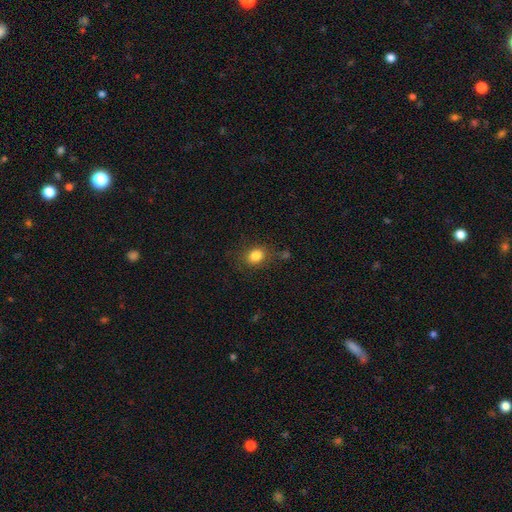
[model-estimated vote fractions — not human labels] The model was most divided on "how rounded": in between: 53%, round: 46%, cigar-shaped: 1%. More confident: smooth or featured — smooth (84%); merging — none (78%).